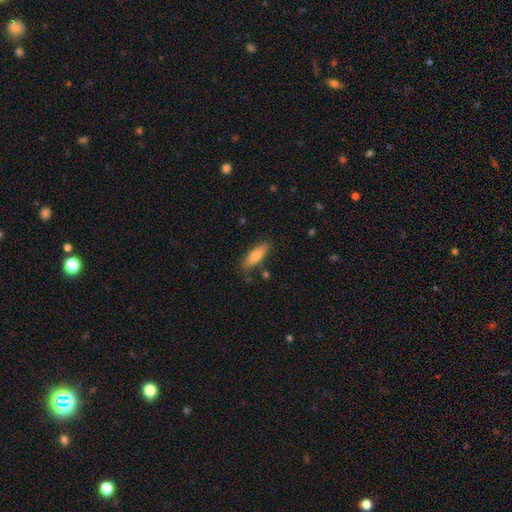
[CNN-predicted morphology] Smooth or featured? Predicted: smooth (p=0.72). How rounded? Predicted: cigar-shaped (p=0.52). Merging? Predicted: none (p=0.80).